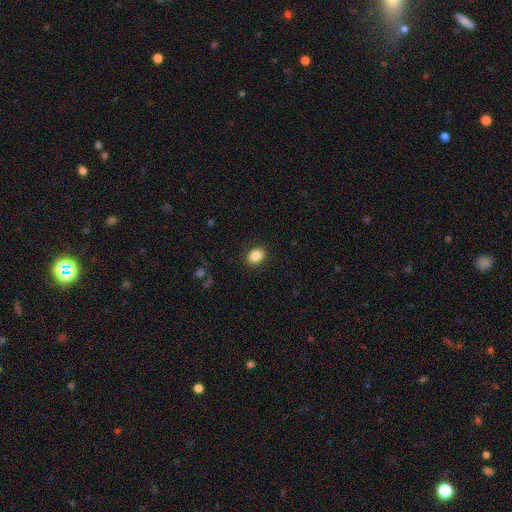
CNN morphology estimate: Overall: smooth (86%). How rounded: in between (60%; round 39%). Merging: none (88%).